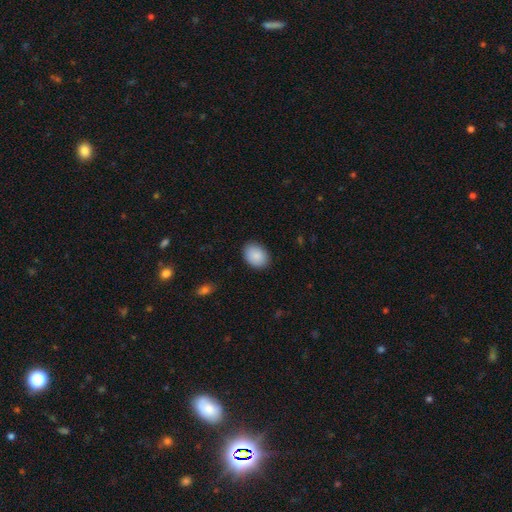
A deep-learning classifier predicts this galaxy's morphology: type=smooth (89%); roundness=in between (74%); merging=none (86%).